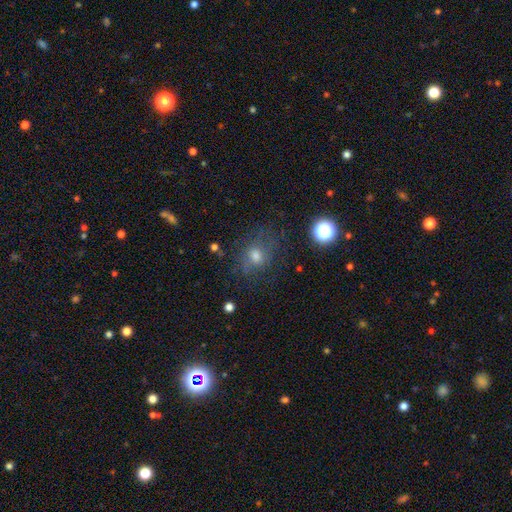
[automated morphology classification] smooth_or_featured: smooth (p=0.53) [alt: featured or disk p=0.24]
how_rounded: round (p=0.66) [alt: in between p=0.33]
merging: none (p=0.66) [alt: minor disturbance p=0.19]